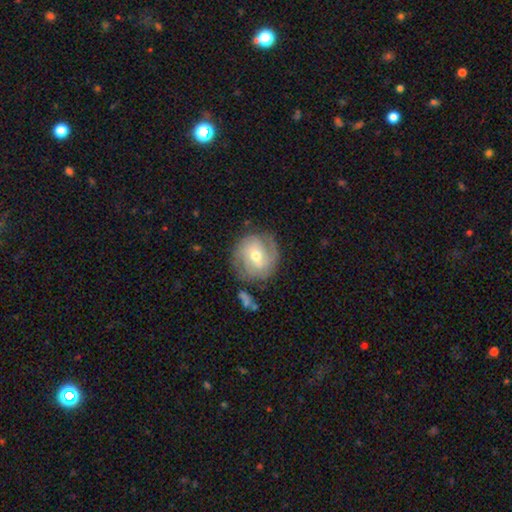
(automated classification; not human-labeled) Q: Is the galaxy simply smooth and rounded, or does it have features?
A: featured or disk — 72%.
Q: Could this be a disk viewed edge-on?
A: no — 97%.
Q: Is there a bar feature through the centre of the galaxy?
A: no — 46%.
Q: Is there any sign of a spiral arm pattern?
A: yes — 89%.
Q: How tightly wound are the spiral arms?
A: tight — 52%.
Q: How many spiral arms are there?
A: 2 — 42%.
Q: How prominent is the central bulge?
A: moderate — 68%.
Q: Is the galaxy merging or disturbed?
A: none — 73%.